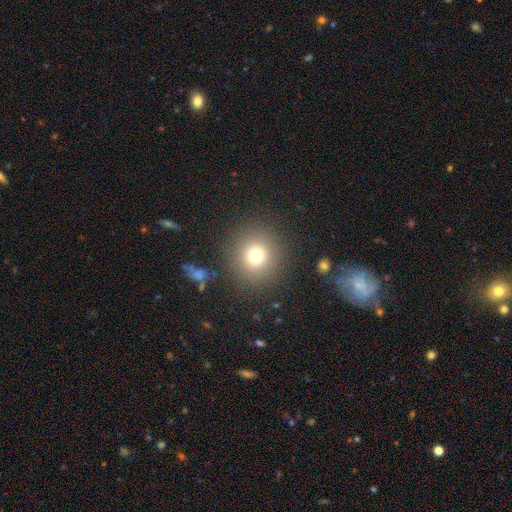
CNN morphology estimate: Smooth or featured? Predicted: smooth (p=0.75). How rounded? Predicted: round (p=0.91). Merging? Predicted: none (p=0.87).